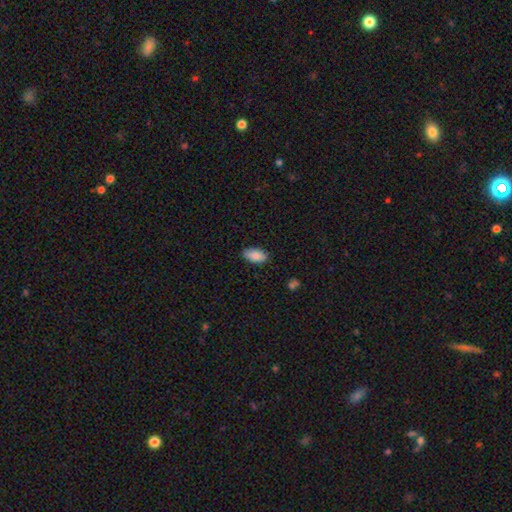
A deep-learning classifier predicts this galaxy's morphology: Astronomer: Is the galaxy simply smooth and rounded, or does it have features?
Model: smooth — 88%.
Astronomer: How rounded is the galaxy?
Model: in between — 93%.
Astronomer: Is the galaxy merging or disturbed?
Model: none — 84%.